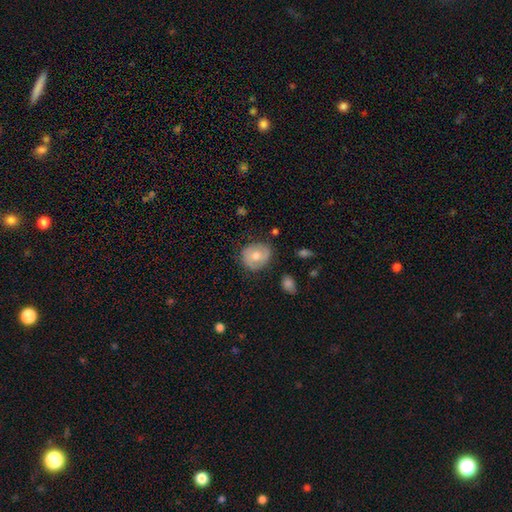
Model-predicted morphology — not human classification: Smooth or featured: smooth — 49% (featured or disk — 42%)
Merging: none — 77% (minor disturbance — 17%)